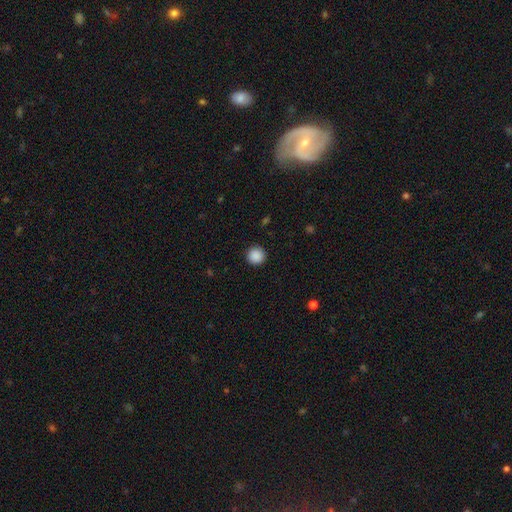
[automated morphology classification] Q: Smooth or featured?
A: smooth (89%); runner-up: star or artifact (9%)
Q: How rounded?
A: round (95%); runner-up: in between (4%)
Q: Merging?
A: none (92%); runner-up: minor disturbance (5%)